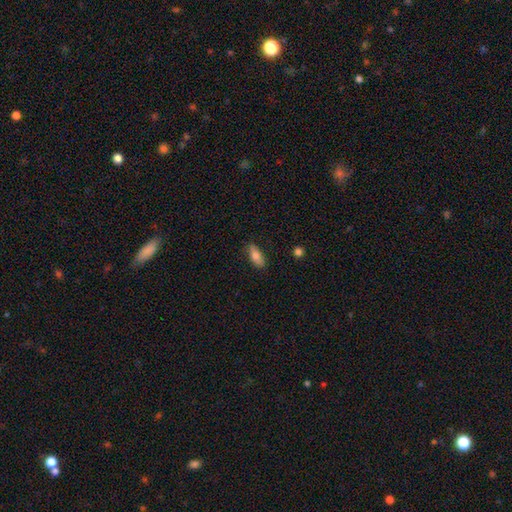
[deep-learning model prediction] This appears to be a smooth galaxy with no disk features (78%) that is in between round and cigar-shaped (75%). Merging: none (81%).